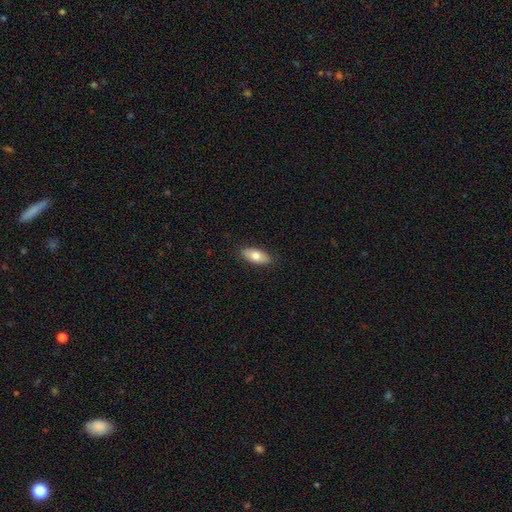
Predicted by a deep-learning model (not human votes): A smooth galaxy with no disk features (77%) that is in between round and cigar-shaped (86%).

Vote fractions:
- Smooth or featured? smooth: 77% / featured or disk: 17% / star or artifact: 6%
- How rounded? in between: 86% / cigar-shaped: 11% / round: 3%
- Merging? none: 88% / minor disturbance: 10% / major disturbance: 2% / merger: 1%